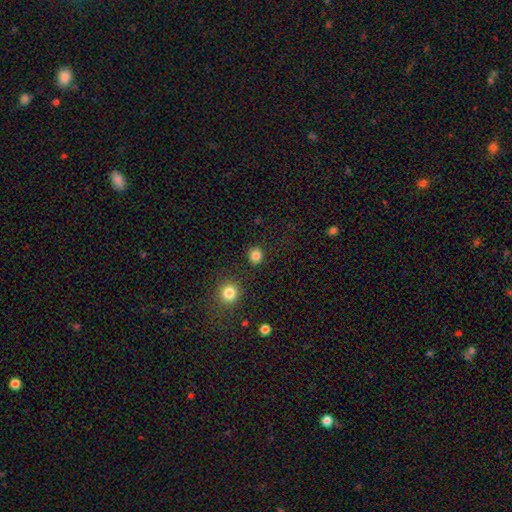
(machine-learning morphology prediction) The model was most divided on "smooth or featured": smooth: 84%, star or artifact: 12%, featured or disk: 4%. More confident: merging — none (89%); how rounded — round (88%).